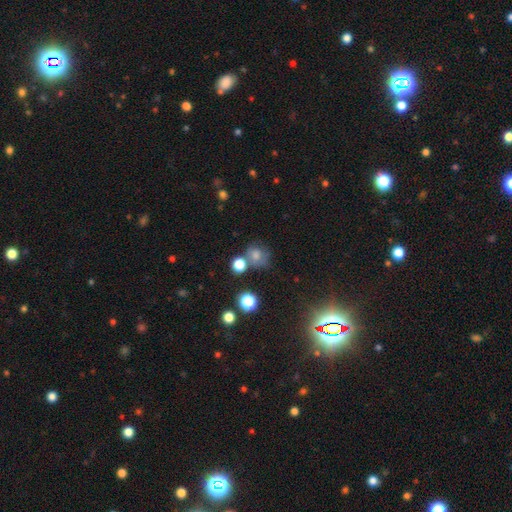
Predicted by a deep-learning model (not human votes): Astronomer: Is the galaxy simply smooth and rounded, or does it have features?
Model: smooth — 68%.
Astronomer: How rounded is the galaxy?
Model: round — 75%.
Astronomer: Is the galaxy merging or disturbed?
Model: none — 52%.